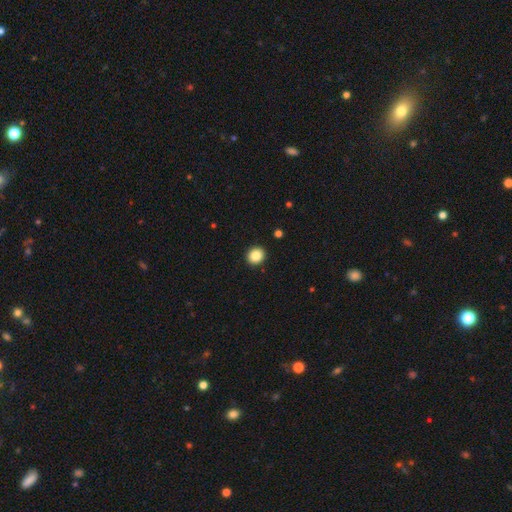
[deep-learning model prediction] A smooth galaxy with no disk features (86%) that is round (81%).

Vote fractions:
- Smooth or featured? smooth: 86% / star or artifact: 9% / featured or disk: 5%
- How rounded? round: 81% / in between: 18% / cigar-shaped: 1%
- Merging? none: 92% / minor disturbance: 5% / major disturbance: 2% / merger: 1%